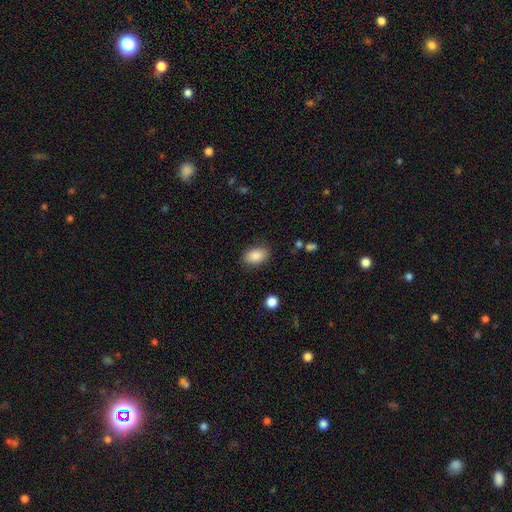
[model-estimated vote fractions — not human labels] The model was most divided on "merging": none: 85%, minor disturbance: 11%, major disturbance: 3%, merger: 1%. More confident: smooth or featured — smooth (87%); how rounded — in between (86%).